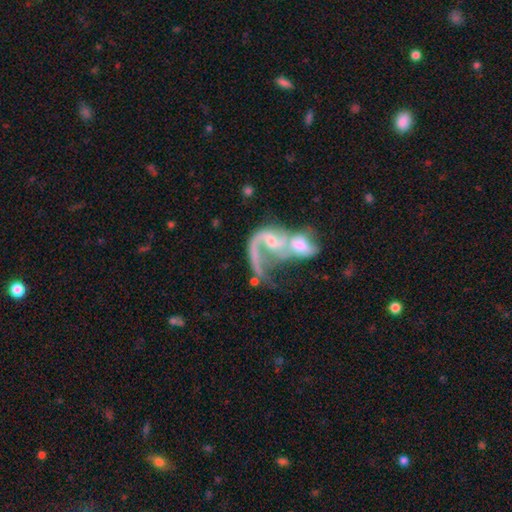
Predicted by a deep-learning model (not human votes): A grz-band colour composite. It shows a featured or disk galaxy (81%) with no bar (50%), 2 (47%) loose (58%) spiral arms (88%) and a moderate central bulge (44%). Merging: merger (71%).